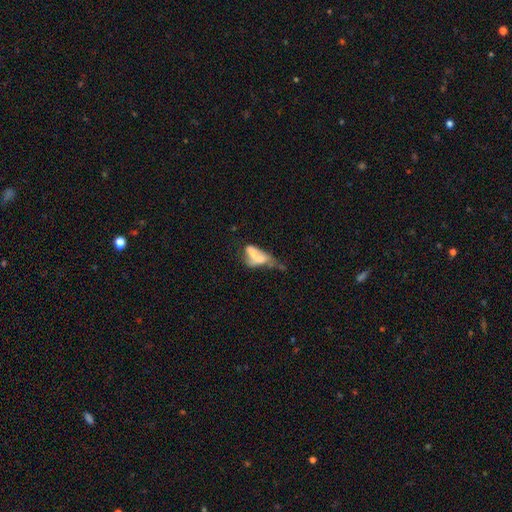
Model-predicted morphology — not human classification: Smooth or featured? smooth (50%)
How rounded? in between (78%)
Merging? merger (62%)